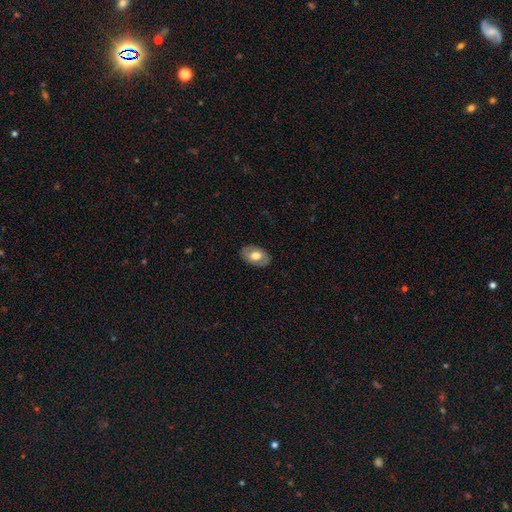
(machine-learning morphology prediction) Q: Smooth or featured?
A: smooth (58%); runner-up: featured or disk (36%)
Q: How rounded?
A: in between (88%); runner-up: round (11%)
Q: Merging?
A: none (84%); runner-up: minor disturbance (11%)